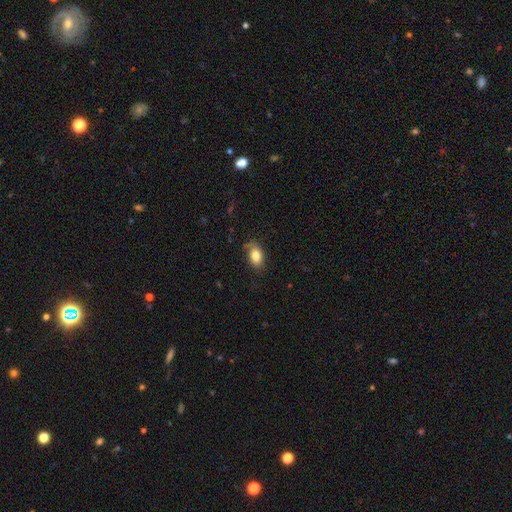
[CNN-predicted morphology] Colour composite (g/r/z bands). It shows a smooth galaxy with no disk features (79%) that is in between round and cigar-shaped (88%). Merging: none (70%).